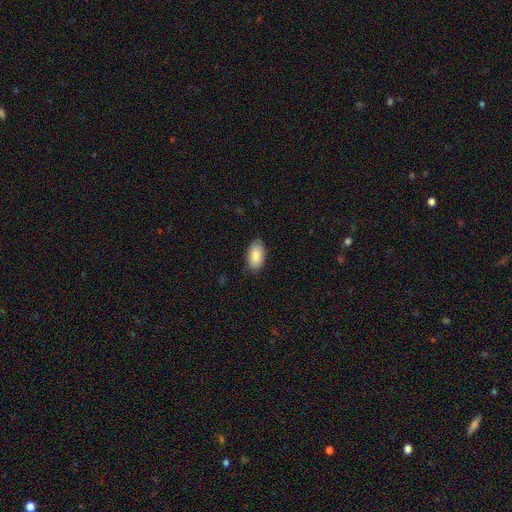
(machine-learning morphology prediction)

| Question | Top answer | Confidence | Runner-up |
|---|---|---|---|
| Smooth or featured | smooth | 86% | featured or disk (8%) |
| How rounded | in between | 95% | round (4%) |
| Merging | none | 86% | minor disturbance (11%) |